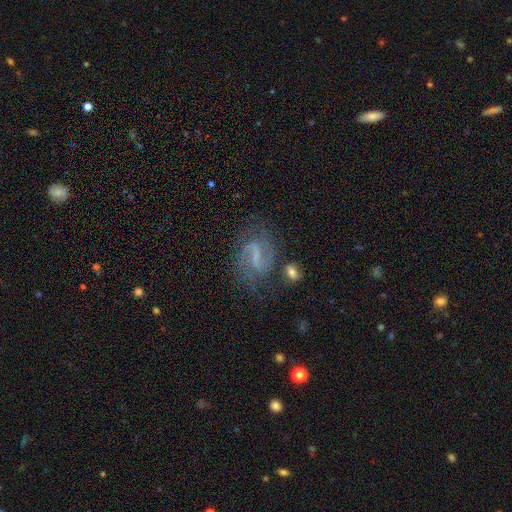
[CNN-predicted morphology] A featured or disk galaxy (84%) with a strong bar (43%, tied with weak), 2 (90%) medium (46%) spiral arms (94%) and no central bulge (53%).

Vote fractions:
- Smooth or featured? featured or disk: 84% / smooth: 8% / star or artifact: 8%
- Edge-on disk? no: 98% / yes: 2%
- Bar? strong: 43% (tied) / weak: 43% (tied) / no: 13%
- Spiral arms? yes: 94% / no: 6%
- Spiral winding? medium: 46% / loose: 39% / tight: 15%
- Spiral arm count? 2: 90% / can't tell: 4% / 1: 2% / 3: 1% / 4: 1% / more than 4: 1%
- Bulge size? none: 53% / small: 35% / moderate: 10% / large: 2% / dominant: 1%
- Merging? none: 71% / minor disturbance: 16% / major disturbance: 9% / merger: 4%